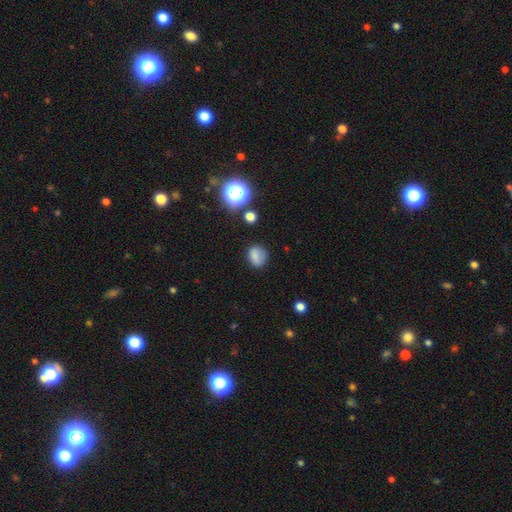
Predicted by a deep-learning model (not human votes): Smooth or featured? smooth (78%)
How rounded? round (58%)
Merging? none (73%)